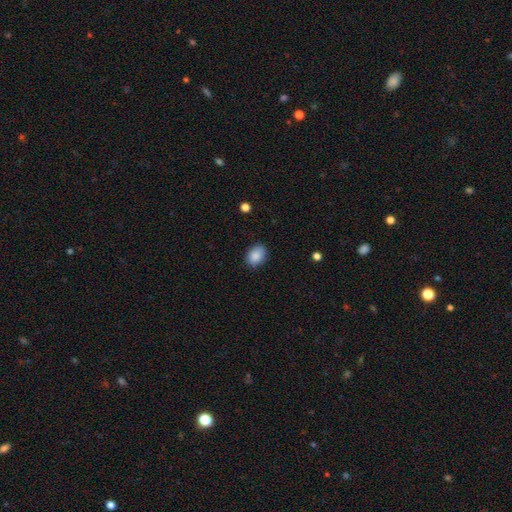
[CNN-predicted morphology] Smooth or featured? smooth (88%)
How rounded? in between (71%)
Merging? none (82%)